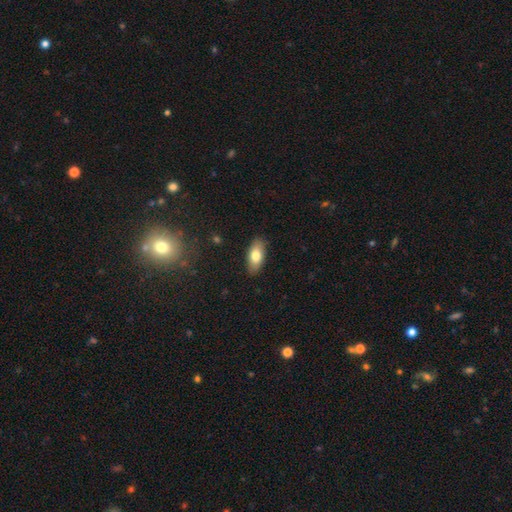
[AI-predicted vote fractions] Morphology: type=smooth (77%); roundness=in between (86%); merging=none (88%).